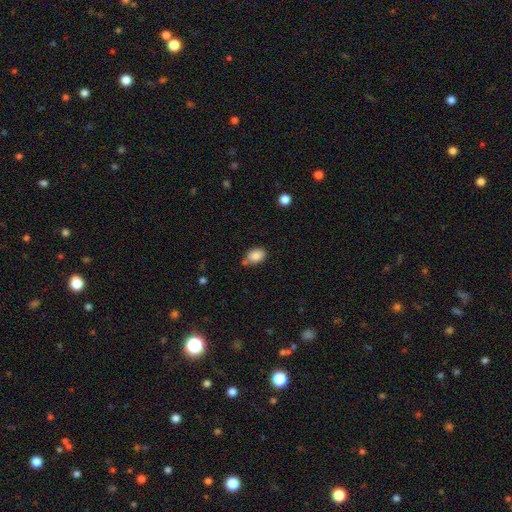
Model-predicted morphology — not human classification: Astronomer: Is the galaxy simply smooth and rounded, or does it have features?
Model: smooth — 84%.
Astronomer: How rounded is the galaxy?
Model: in between — 77%.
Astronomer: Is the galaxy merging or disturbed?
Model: none — 61%.